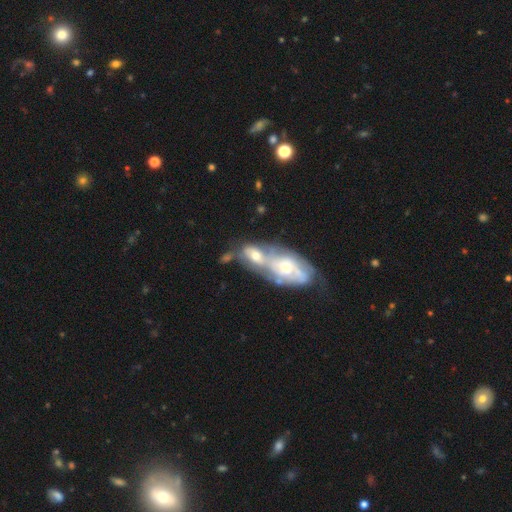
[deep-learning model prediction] Smooth or featured? Predicted: featured or disk (p=0.53). Edge-on disk? Predicted: no (p=0.91). Merging? Predicted: merger (p=0.76).